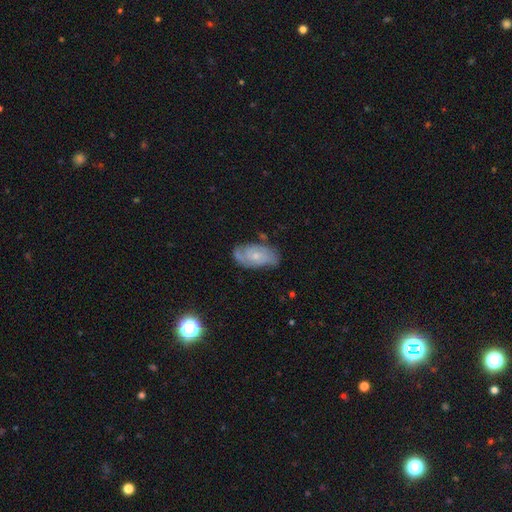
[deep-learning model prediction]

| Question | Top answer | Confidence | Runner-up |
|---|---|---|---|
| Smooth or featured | featured or disk | 62% | smooth (30%) |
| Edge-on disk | no | 94% | yes (6%) |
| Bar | no | 75% | weak (22%) |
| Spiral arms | yes | 83% | no (17%) |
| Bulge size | small | 66% | moderate (27%) |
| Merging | none | 65% | minor disturbance (25%) |